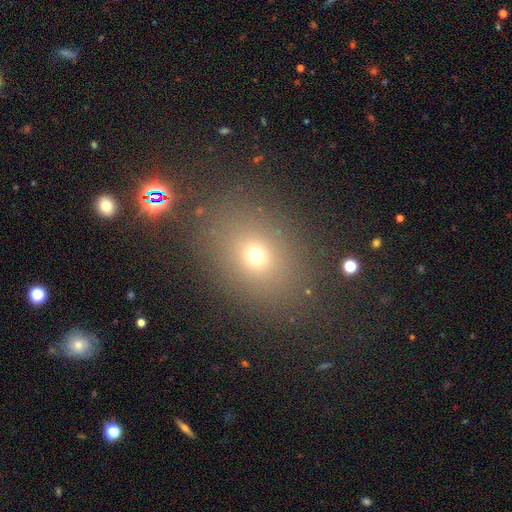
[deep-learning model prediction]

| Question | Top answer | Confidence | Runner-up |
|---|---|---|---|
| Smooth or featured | smooth | 67% | star or artifact (22%) |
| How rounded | in between | 50% | round (48%) |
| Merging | none | 80% | minor disturbance (10%) |